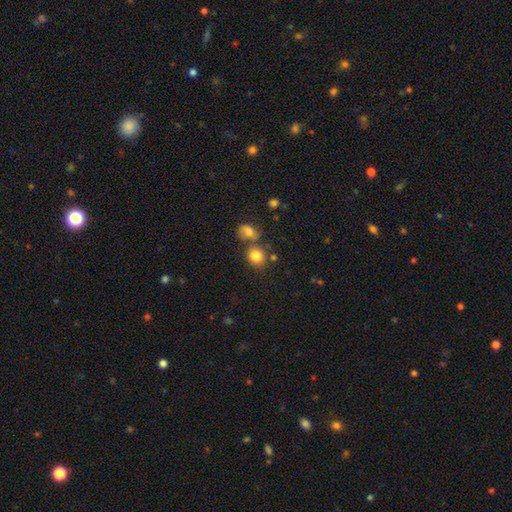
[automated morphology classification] The model was most divided on "merging": none: 59%, merger: 26%, minor disturbance: 11%, major disturbance: 4%. More confident: smooth or featured — smooth (82%); how rounded — round (72%).